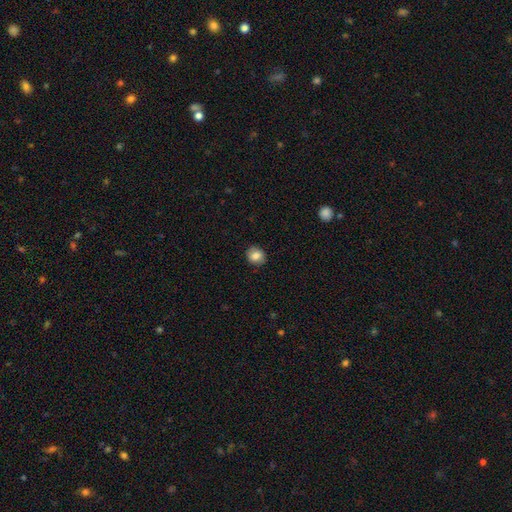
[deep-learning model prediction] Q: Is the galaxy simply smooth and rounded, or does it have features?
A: smooth — 84%.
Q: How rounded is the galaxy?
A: round — 77%.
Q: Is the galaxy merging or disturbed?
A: none — 86%.